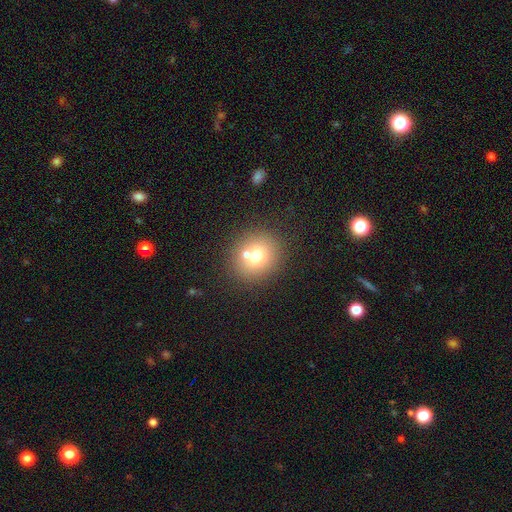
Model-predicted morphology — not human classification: Smooth or featured? smooth (69%)
How rounded? round (84%)
Merging? none (67%)